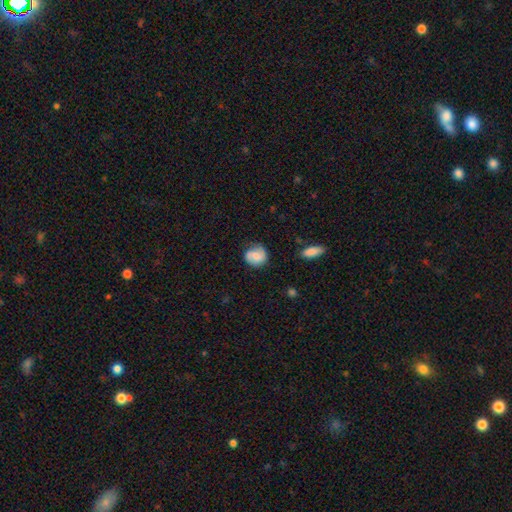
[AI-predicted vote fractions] The model was most divided on "smooth or featured": smooth: 52%, featured or disk: 40%, star or artifact: 7%. More confident: how rounded — round (76%); merging — none (68%).